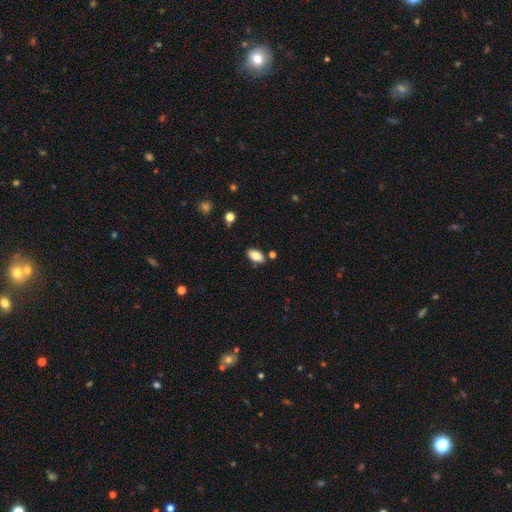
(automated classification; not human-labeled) smooth 82%, featured or disk 11%, star or artifact 8%. Down the decision tree: how rounded — in between (93%); merging — none (82%).